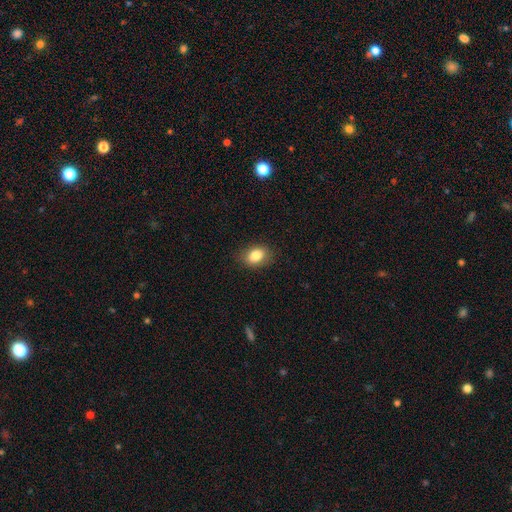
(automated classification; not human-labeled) Smooth or featured? smooth (84%)
How rounded? in between (74%)
Merging? none (84%)